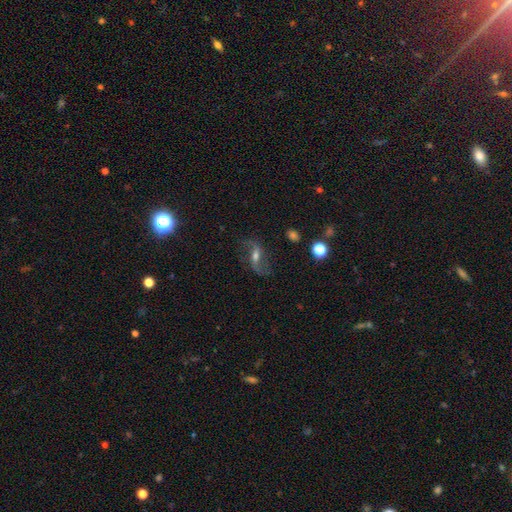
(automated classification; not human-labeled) Smooth or featured? featured or disk (81%)
Edge-on disk? no (93%)
Bar? weak (44%)
Spiral arms? yes (93%)
Spiral winding? loose (82%)
Spiral arm count? 2 (92%)
Bulge size? moderate (57%)
Merging? none (74%)